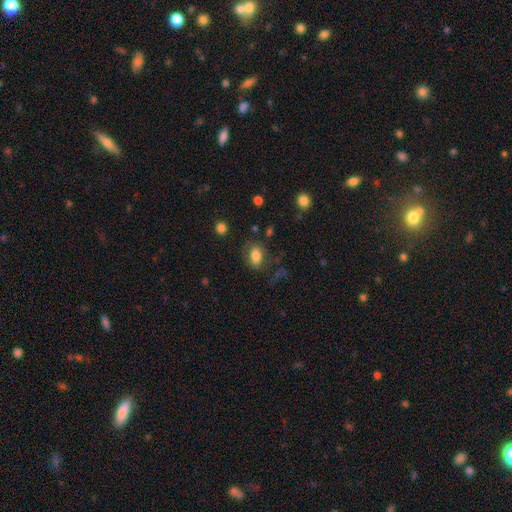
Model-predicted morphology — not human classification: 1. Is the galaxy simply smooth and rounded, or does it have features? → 78% smooth, 13% featured or disk, 9% star or artifact.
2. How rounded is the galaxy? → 80% in between, 19% round, 2% cigar-shaped.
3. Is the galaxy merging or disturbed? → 69% none, 17% minor disturbance, 11% major disturbance, 3% merger.